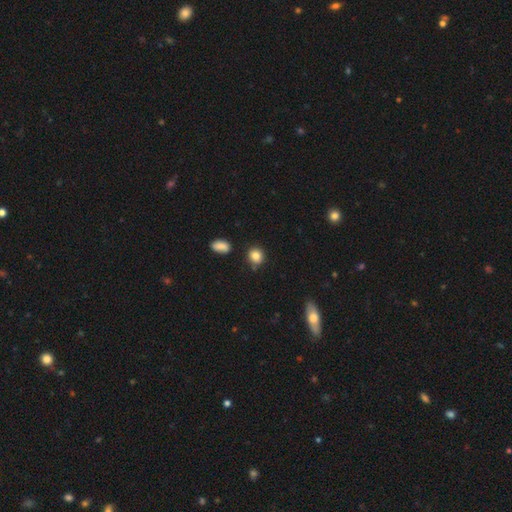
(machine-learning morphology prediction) Overall: smooth (85%). How rounded: round (78%). Merging: none (79%).